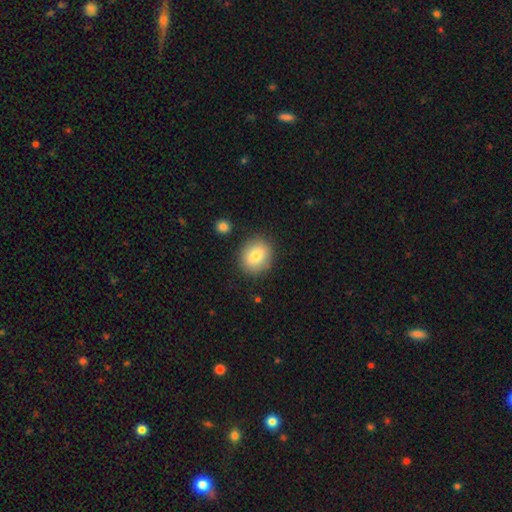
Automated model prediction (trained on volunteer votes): Overall: smooth (80%). How rounded: round (71%). Merging: none (85%).